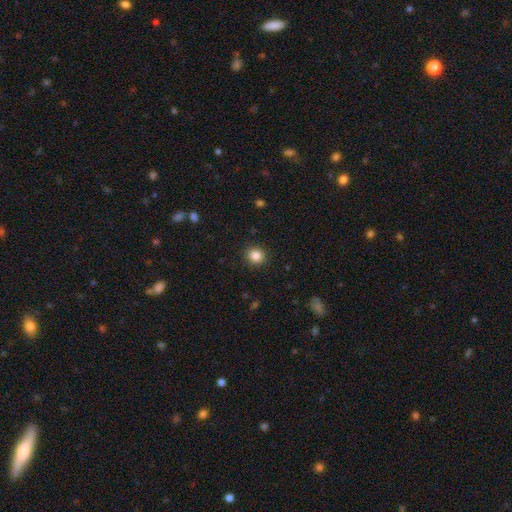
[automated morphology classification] A smooth galaxy with no disk features (85%) that is round (89%).

Vote fractions:
- Smooth or featured? smooth: 85% / star or artifact: 11% / featured or disk: 4%
- How rounded? round: 89% / in between: 10% / cigar-shaped: 1%
- Merging? none: 91% / minor disturbance: 6% / major disturbance: 2% / merger: 1%